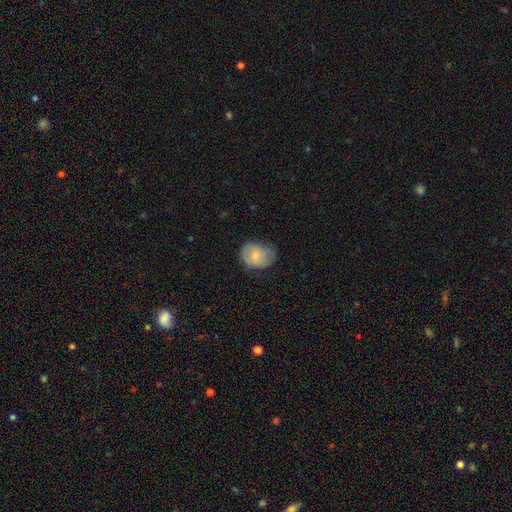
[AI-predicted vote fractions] Overall: smooth (73%). How rounded: in between (56%; round 43%). Merging: none (50%; minor disturbance 37%).